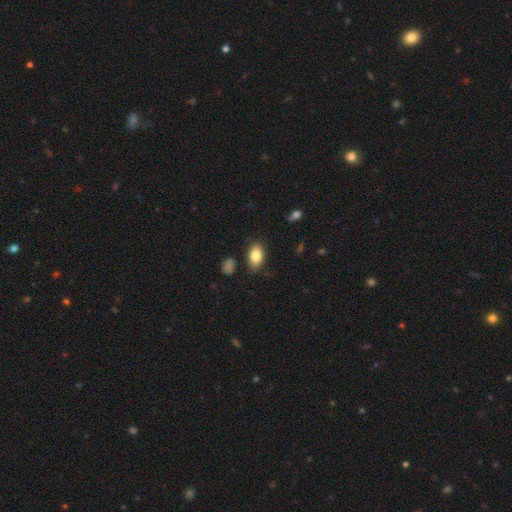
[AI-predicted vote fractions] smooth-or-featured: smooth: 84% | featured or disk: 9% | star or artifact: 8%
  how-rounded: in between: 91% | round: 7% | cigar-shaped: 2%
  merging: none: 85% | minor disturbance: 10% | major disturbance: 2% | merger: 2%